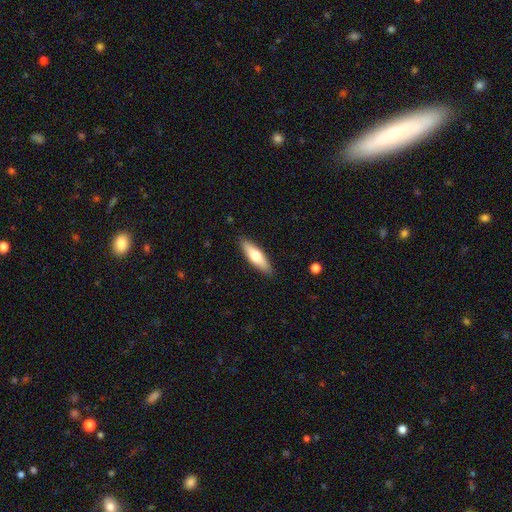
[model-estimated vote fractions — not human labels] Overall: smooth (62%; featured or disk 32%). How rounded: cigar-shaped (57%; in between 41%). Merging: none (89%).